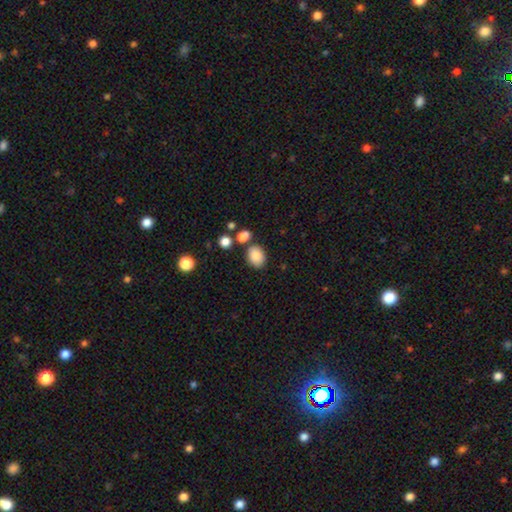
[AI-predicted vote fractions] Smooth or featured? Predicted: smooth (p=0.86). How rounded? Predicted: in between (p=0.71). Merging? Predicted: none (p=0.74).